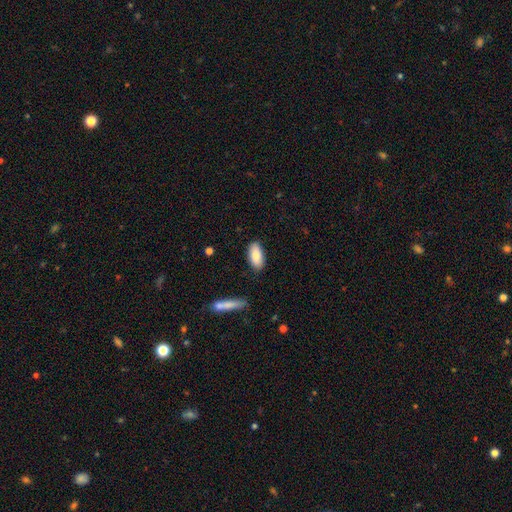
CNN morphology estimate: A smooth galaxy with no disk features (83%) that is in between round and cigar-shaped (90%). Merging: none (85%).